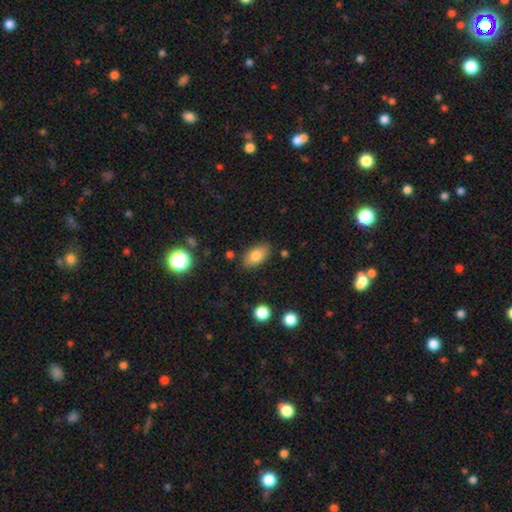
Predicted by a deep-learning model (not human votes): smooth_or_featured: smooth (p=0.80) [alt: featured or disk p=0.11]
how_rounded: in between (p=0.91) [alt: round p=0.07]
merging: none (p=0.83) [alt: minor disturbance p=0.12]